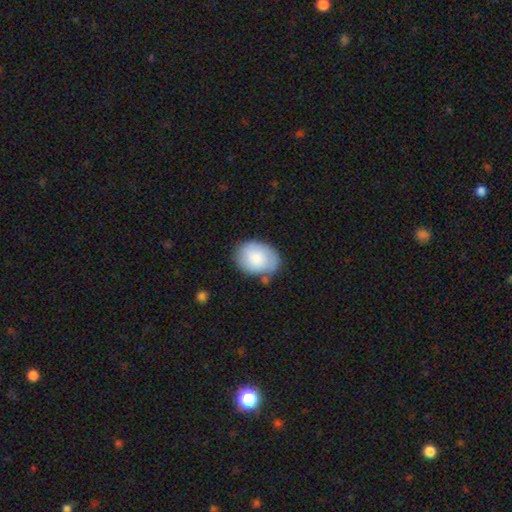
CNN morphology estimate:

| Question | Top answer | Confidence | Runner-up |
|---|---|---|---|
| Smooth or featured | smooth | 79% | featured or disk (14%) |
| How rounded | in between | 75% | round (24%) |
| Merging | none | 69% | minor disturbance (22%) |